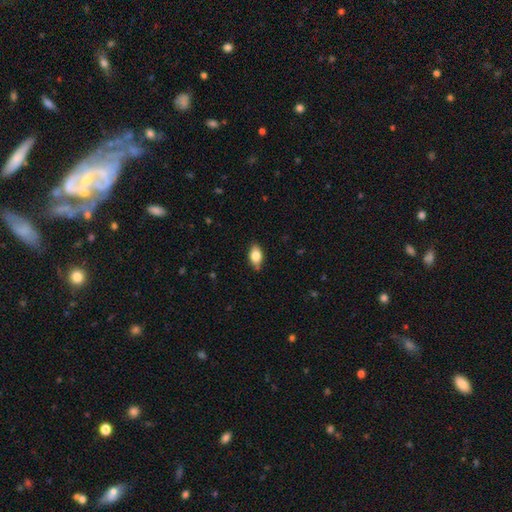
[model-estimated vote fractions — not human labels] The model was most divided on "smooth or featured": smooth: 78%, featured or disk: 14%, star or artifact: 7%. More confident: how rounded — in between (88%); merging — none (82%).